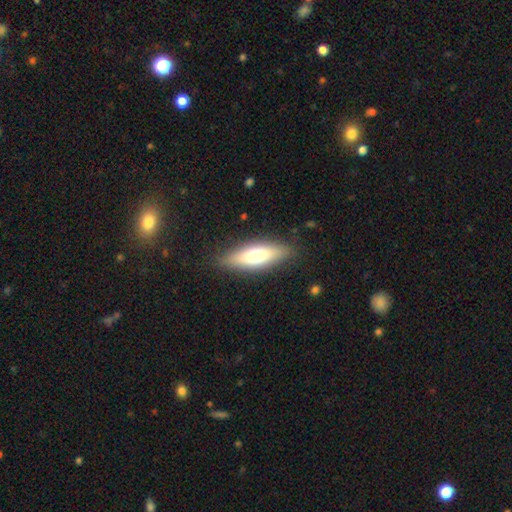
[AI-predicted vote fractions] Smooth or featured? Predicted: smooth (p=0.67). How rounded? Predicted: in between (p=0.52). Merging? Predicted: none (p=0.85).